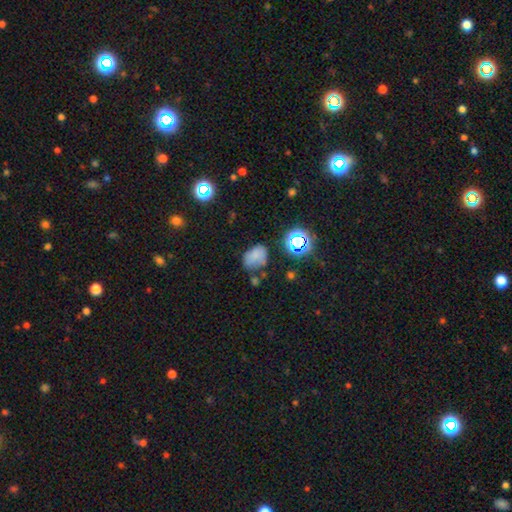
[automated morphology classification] smooth-or-featured: smooth: 69% | star or artifact: 20% | featured or disk: 12%
  how-rounded: in between: 71% | round: 28% | cigar-shaped: 1%
  merging: none: 52% | minor disturbance: 29% | major disturbance: 11% | merger: 8%